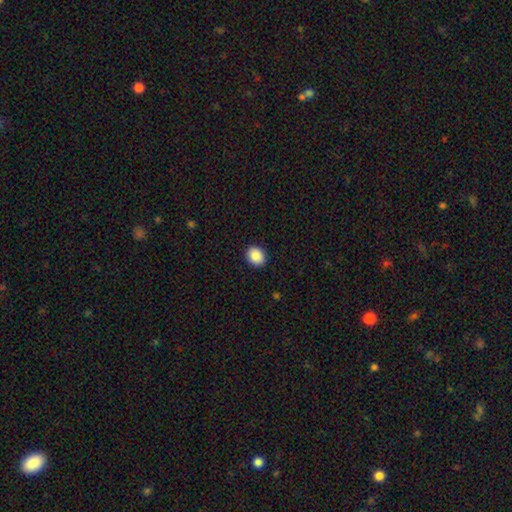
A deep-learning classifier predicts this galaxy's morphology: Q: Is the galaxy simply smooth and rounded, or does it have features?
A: smooth — 88%.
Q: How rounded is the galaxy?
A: round — 57%.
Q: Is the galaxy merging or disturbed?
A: none — 91%.